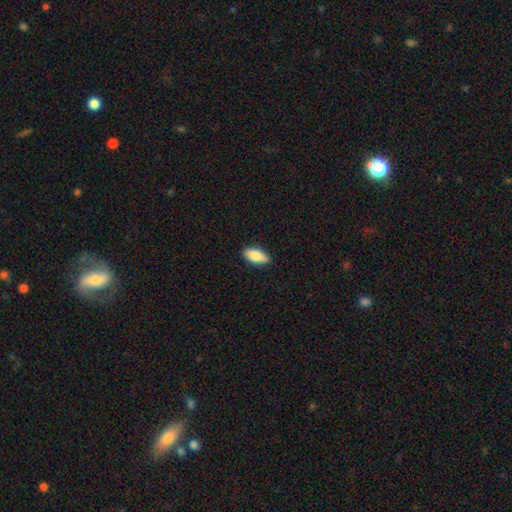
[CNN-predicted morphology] smooth_or_featured: smooth (p=0.84) [alt: featured or disk p=0.09]
how_rounded: in between (p=0.87) [alt: cigar-shaped p=0.11]
merging: none (p=0.88) [alt: minor disturbance p=0.09]